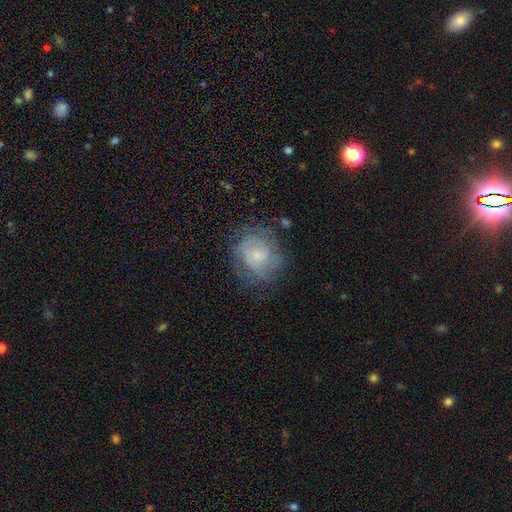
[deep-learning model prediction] The model was most divided on "smooth or featured": featured or disk: 62%, smooth: 29%, star or artifact: 9%. More confident: edge-on disk — no (97%); spiral arms — yes (76%); bar — no (75%); bulge size — small (69%); merging — none (67%).